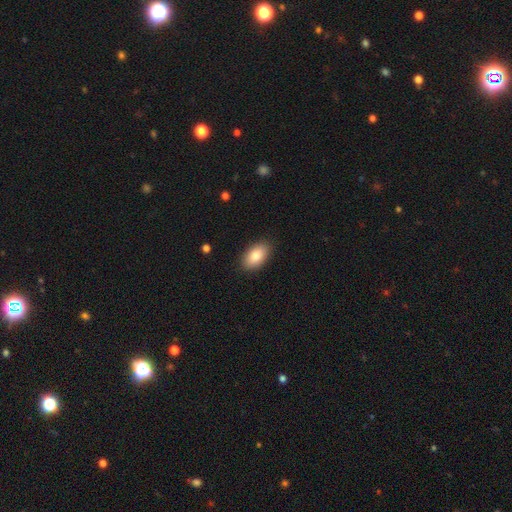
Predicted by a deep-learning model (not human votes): Overall: smooth (82%). How rounded: in between (92%). Merging: none (88%).